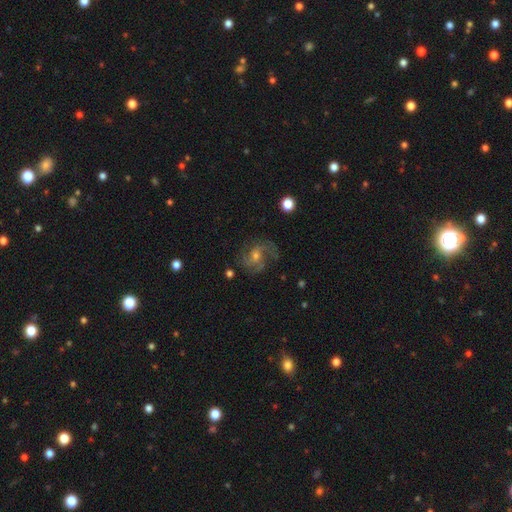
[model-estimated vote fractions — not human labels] Morphology: type=featured or disk (80%); edge-on=no (98%); bar=no (57%); spiral arms=yes (95%); winding=medium (54%); arm count=3 (36%); bulge=moderate (46%, tied with small); merging=none (70%).